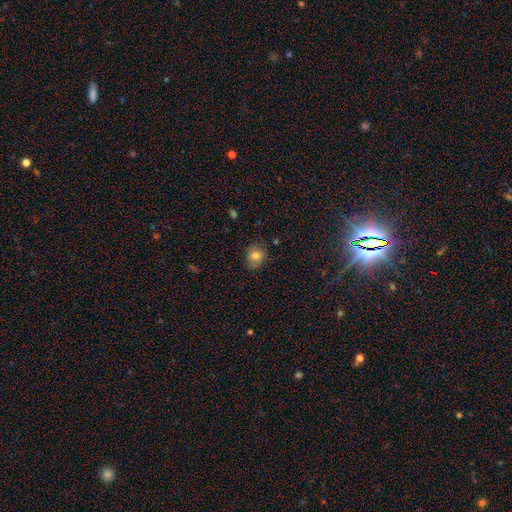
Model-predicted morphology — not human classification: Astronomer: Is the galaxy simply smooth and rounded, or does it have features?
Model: smooth — 78%.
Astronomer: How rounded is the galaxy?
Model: round — 59% (runner-up: in between, 40%).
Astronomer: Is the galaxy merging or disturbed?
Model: none — 75%.